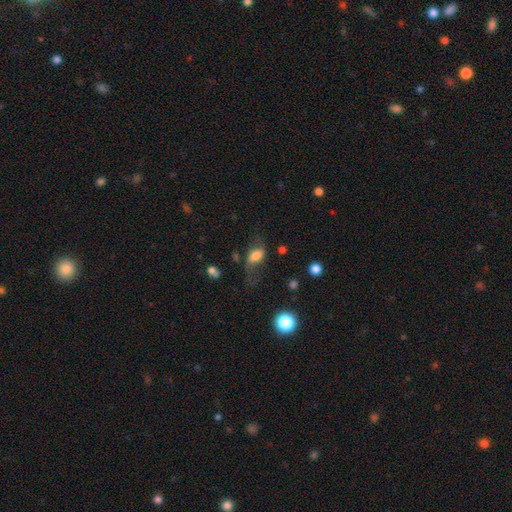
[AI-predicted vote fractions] Morphology: type=smooth (60%); roundness=in between (83%); merging=none (42%).